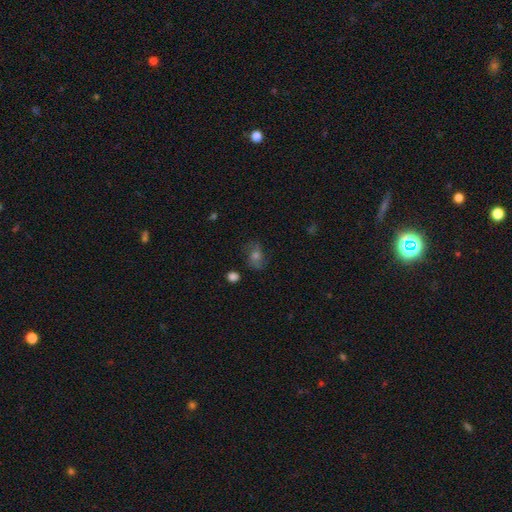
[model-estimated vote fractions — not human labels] Smooth or featured? featured or disk (47%)
Merging? none (73%)